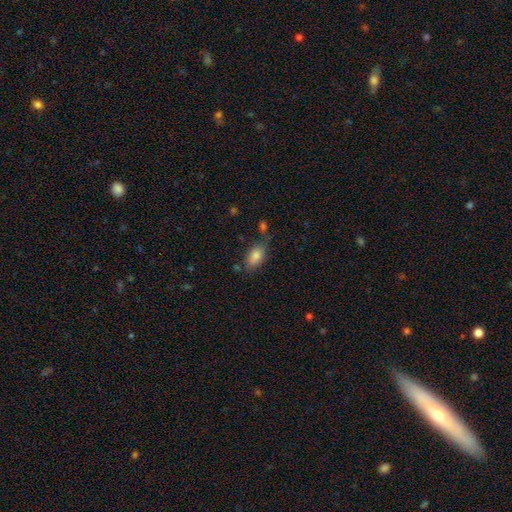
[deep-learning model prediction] A smooth galaxy with no disk features (83%) that is in between round and cigar-shaped (90%). Merging: none (68%).